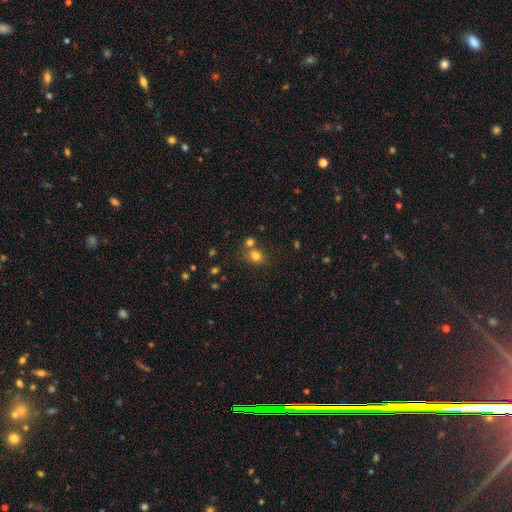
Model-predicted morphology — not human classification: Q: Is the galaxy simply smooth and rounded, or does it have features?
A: smooth — 78%.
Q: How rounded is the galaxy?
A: round — 59%.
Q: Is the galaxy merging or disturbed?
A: none — 55%.